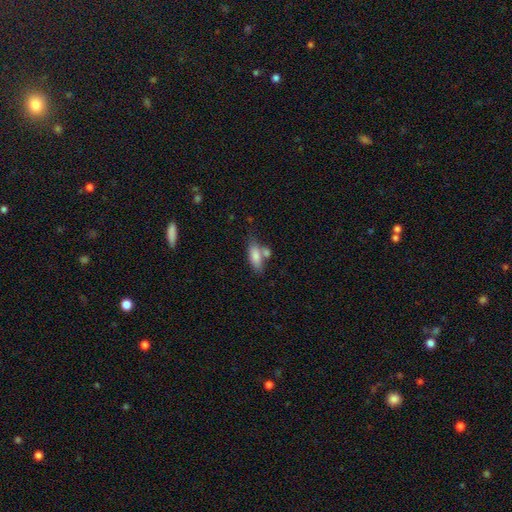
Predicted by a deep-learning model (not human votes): Morphology: type=smooth (80%); roundness=in between (73%); merging=none (49%).